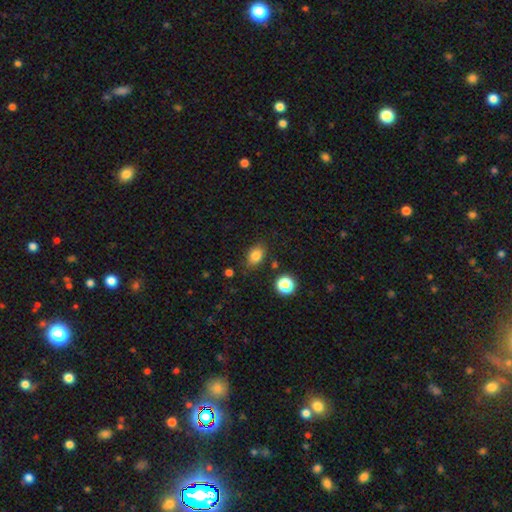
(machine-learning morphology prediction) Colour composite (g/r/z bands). It shows a smooth galaxy with no disk features (82%) that is in between round and cigar-shaped (76%). Merging: none (81%).